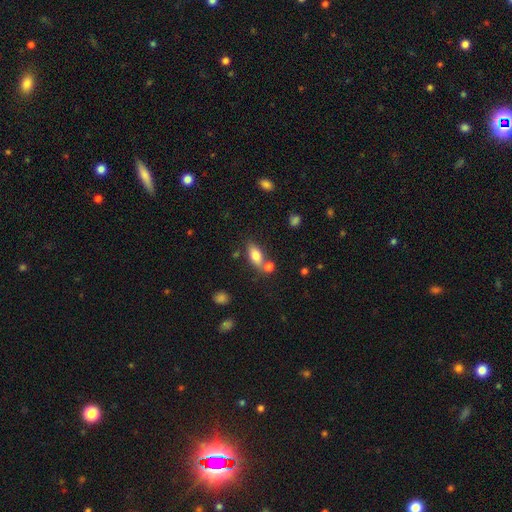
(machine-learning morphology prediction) smooth-or-featured: smooth: 78% | featured or disk: 14% | star or artifact: 8%
  how-rounded: in between: 84% | cigar-shaped: 11% | round: 5%
  merging: none: 60% | merger: 23% | minor disturbance: 13% | major disturbance: 4%